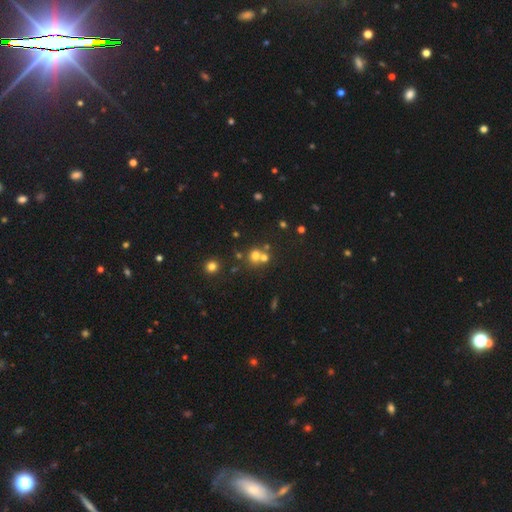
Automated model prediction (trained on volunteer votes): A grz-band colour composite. It shows a smooth galaxy with no disk features (64%) that is round (83%). Merging: none (47%).